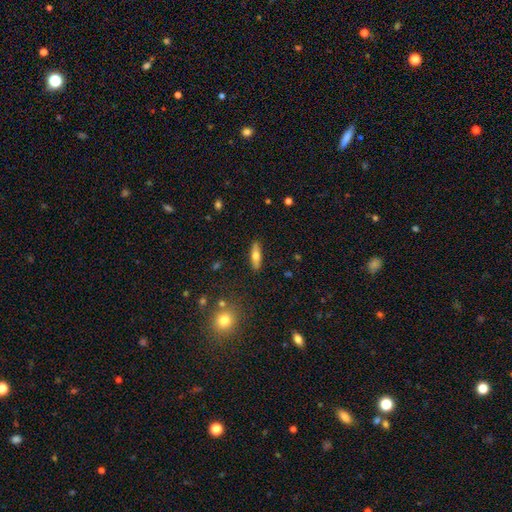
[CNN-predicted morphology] smooth-or-featured: smooth: 67% | featured or disk: 26% | star or artifact: 7%
  how-rounded: cigar-shaped: 53% | in between: 44% | round: 3%
  merging: none: 88% | minor disturbance: 8% | major disturbance: 2% | merger: 2%